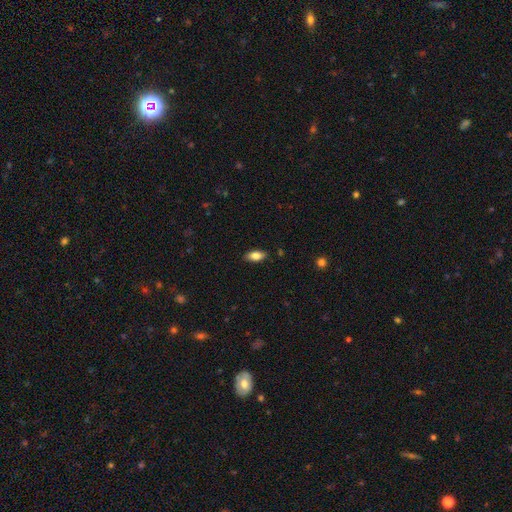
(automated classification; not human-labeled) A smooth galaxy with no disk features (81%) that is in between round and cigar-shaped (88%).

Vote fractions:
- Smooth or featured? smooth: 81% / featured or disk: 11% / star or artifact: 7%
- How rounded? in between: 88% / cigar-shaped: 9% / round: 3%
- Merging? none: 86% / minor disturbance: 11% / major disturbance: 2% / merger: 1%